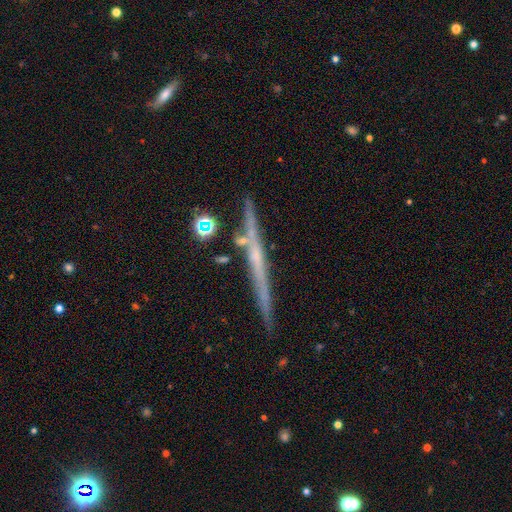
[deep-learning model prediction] Smooth or featured? featured or disk (69%)
Edge-on disk? yes (97%)
Edge-on bulge? none (69%)
Merging? none (85%)